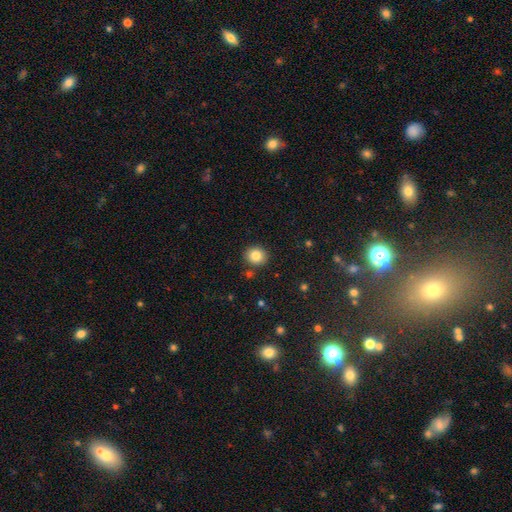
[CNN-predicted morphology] Smooth or featured: smooth — 83% (star or artifact — 10%)
How rounded: round — 79% (in between — 20%)
Merging: none — 87% (minor disturbance — 7%)